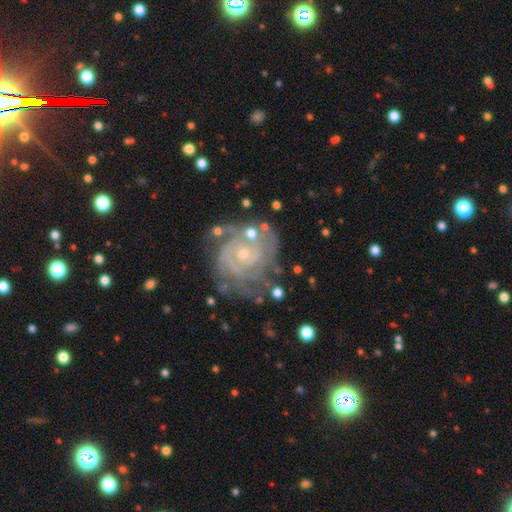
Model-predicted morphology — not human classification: smooth-or-featured: featured or disk: 89% | star or artifact: 6% | smooth: 5%
  disk-edge-on: no: 98% | yes: 2%
    bar: no: 73% | weak: 21% | strong: 5%
    has-spiral-arms: yes: 97% | no: 3%
      spiral-winding: tight: 74% | medium: 22% | loose: 4%
      spiral-arm-count: 2: 35% | 3: 23% | can't tell: 21% | 4: 10% | more than 4: 6% | 1: 5%
    bulge-size: small: 71% | moderate: 25% | none: 2% | large: 1% | dominant: 1%
  merging: none: 67% | minor disturbance: 20% | major disturbance: 9% | merger: 4%